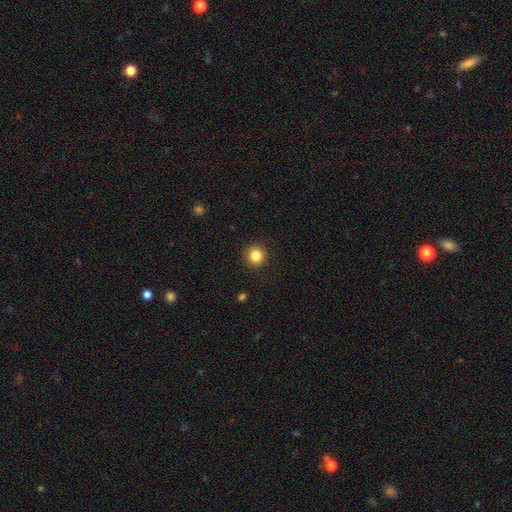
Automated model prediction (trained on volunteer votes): Q: Smooth or featured?
A: smooth (85%); runner-up: star or artifact (10%)
Q: How rounded?
A: round (94%); runner-up: in between (6%)
Q: Merging?
A: none (92%); runner-up: minor disturbance (5%)